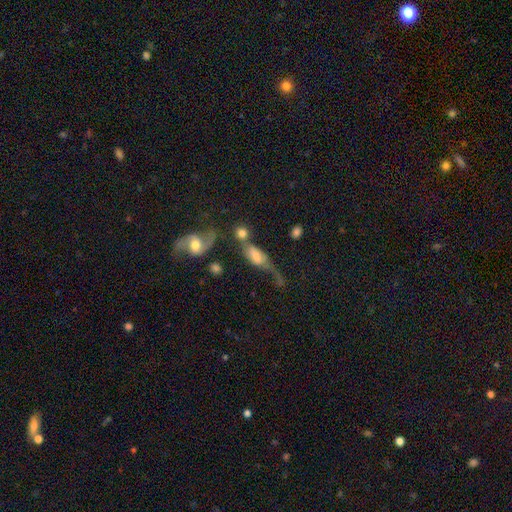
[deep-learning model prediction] Morphology: type=featured or disk (57%); edge-on=no (73%); merging=merger (29%).